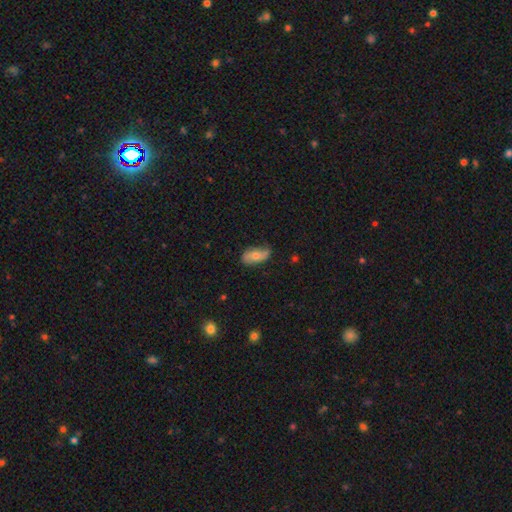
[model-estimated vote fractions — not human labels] smooth_or_featured: smooth (p=0.55) [alt: featured or disk p=0.38]
how_rounded: in between (p=0.88) [alt: cigar-shaped p=0.07]
merging: none (p=0.71) [alt: minor disturbance p=0.23]